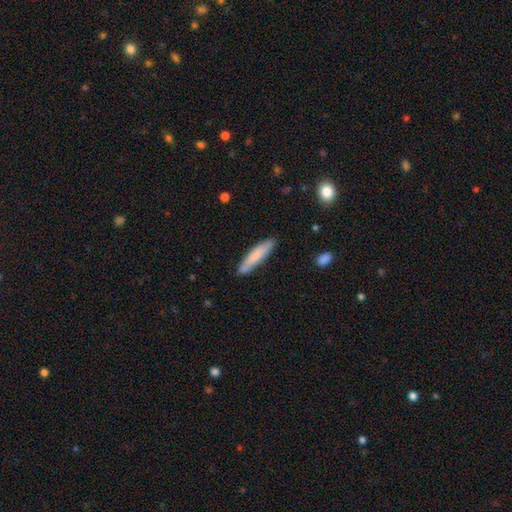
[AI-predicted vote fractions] This appears to be a smooth galaxy with no disk features (78%) that is cigar-shaped (86%). Merging: none (83%).